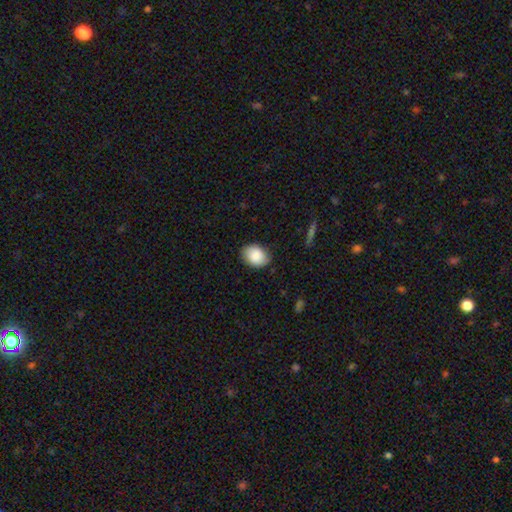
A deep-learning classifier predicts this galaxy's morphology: Smooth or featured? smooth (87%)
How rounded? in between (69%)
Merging? none (84%)